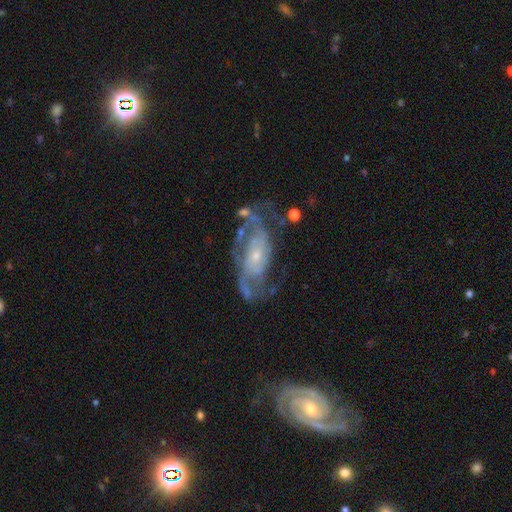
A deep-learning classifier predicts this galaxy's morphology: Smooth or featured: featured or disk — 85% (smooth — 9%)
Edge-on disk: no — 95% (yes — 5%)
Bar: no — 66% (weak — 25%)
Spiral arms: yes — 90% (no — 10%)
Spiral winding: medium — 45% (tight — 33%)
Spiral arm count: 2 — 56% (can't tell — 21%)
Bulge size: small — 75% (moderate — 19%)
Merging: none — 53% (major disturbance — 22%)